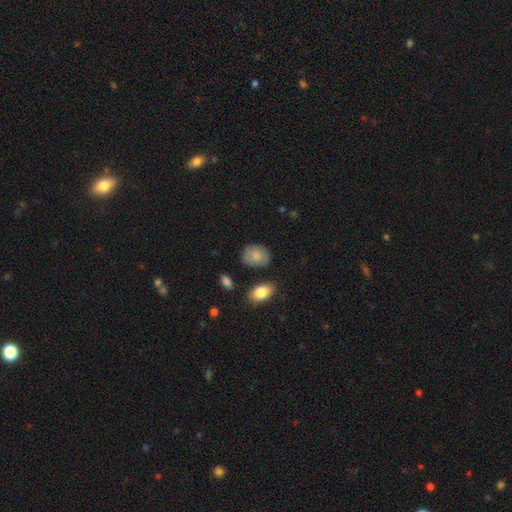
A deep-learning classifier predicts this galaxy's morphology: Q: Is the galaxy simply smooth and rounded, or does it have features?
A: smooth — 83%.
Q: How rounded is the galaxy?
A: in between — 59%.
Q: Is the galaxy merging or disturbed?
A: none — 71%.